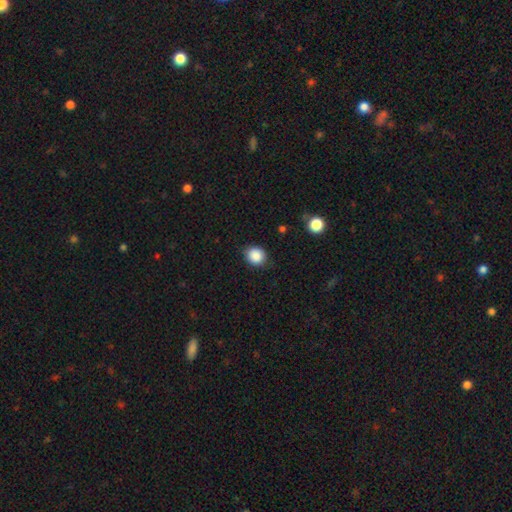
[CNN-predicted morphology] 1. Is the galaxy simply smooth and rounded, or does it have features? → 87% smooth, 9% star or artifact, 3% featured or disk.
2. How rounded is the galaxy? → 79% round, 21% in between, 1% cigar-shaped.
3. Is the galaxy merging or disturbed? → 86% none, 11% minor disturbance, 3% major disturbance, 1% merger.